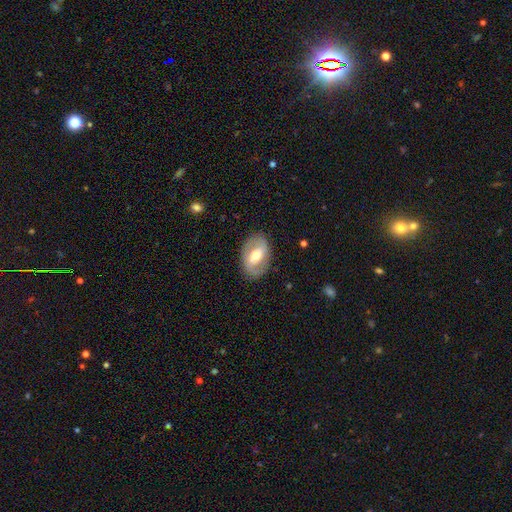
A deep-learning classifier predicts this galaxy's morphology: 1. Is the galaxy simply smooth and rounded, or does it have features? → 64% featured or disk, 30% smooth, 6% star or artifact.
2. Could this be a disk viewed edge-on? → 94% no, 6% yes.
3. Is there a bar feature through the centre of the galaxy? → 42% weak, 35% strong, 23% no.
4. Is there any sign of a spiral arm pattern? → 63% yes, 37% no.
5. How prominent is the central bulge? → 70% moderate, 20% small, 9% large, 1% dominant, 1% none.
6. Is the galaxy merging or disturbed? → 83% none, 12% minor disturbance, 4% major disturbance, 1% merger.